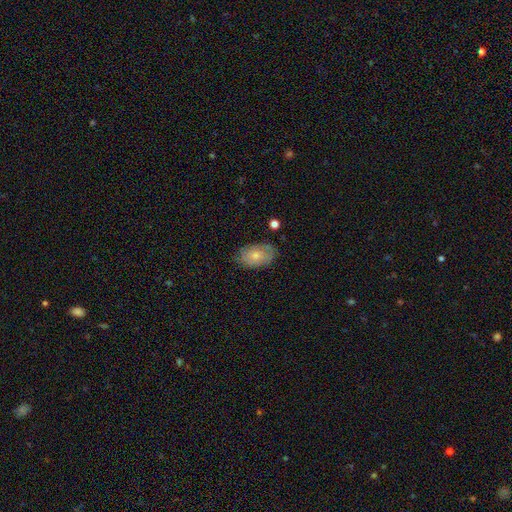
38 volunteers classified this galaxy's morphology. smooth-or-featured: smooth: 58% | featured or disk: 39% | star or artifact: 3%
  how-rounded: in between: 91% | round: 9% | cigar-shaped: 0%
  merging: none: 81% | minor disturbance: 14% | major disturbance: 3% | merger: 3%